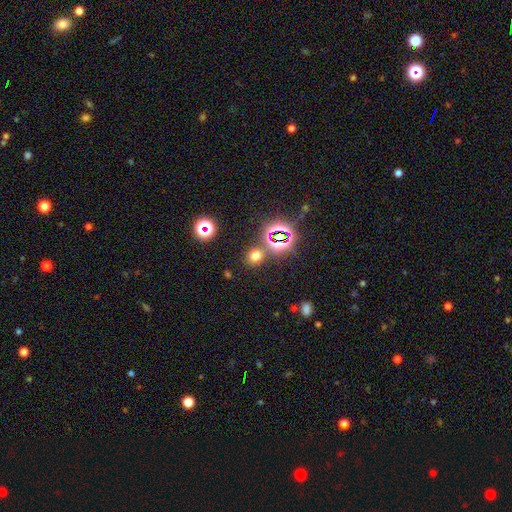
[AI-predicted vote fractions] Q: Smooth or featured?
A: smooth (59%); runner-up: star or artifact (34%)
Q: How rounded?
A: round (80%); runner-up: in between (19%)
Q: Merging?
A: none (78%); runner-up: merger (10%)